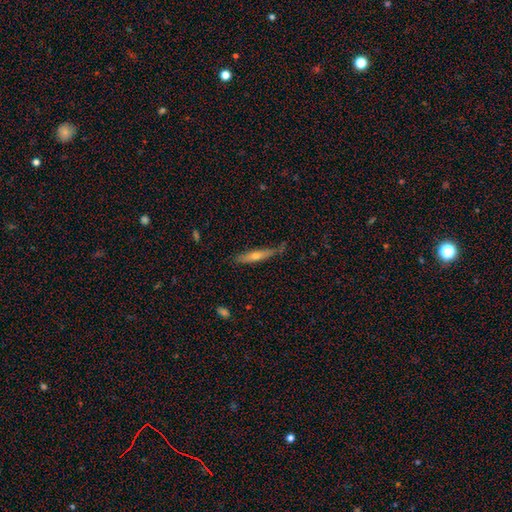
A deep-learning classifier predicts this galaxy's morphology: This is possibly a featured or disk galaxy (48%). Merging: likely none (71%).